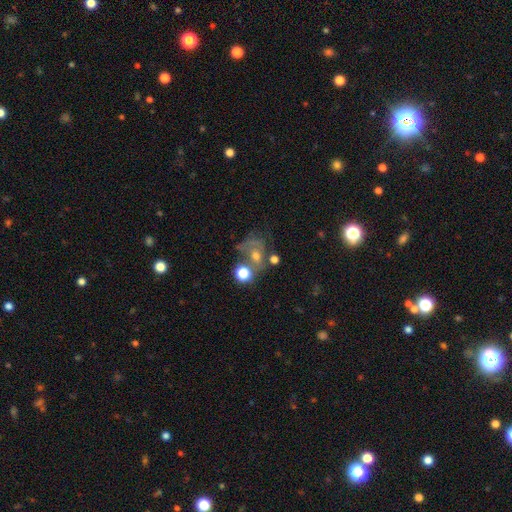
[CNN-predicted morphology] smooth_or_featured: featured or disk (p=0.39) [alt: smooth p=0.34]
merging: none (p=0.38) [alt: major disturbance p=0.25]